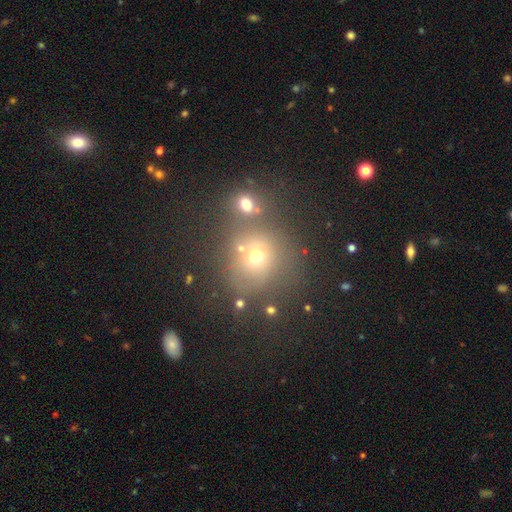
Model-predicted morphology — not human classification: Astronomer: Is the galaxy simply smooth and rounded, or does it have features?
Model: smooth — 65%.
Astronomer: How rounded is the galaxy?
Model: round — 83%.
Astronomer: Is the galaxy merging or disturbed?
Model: none — 56%.